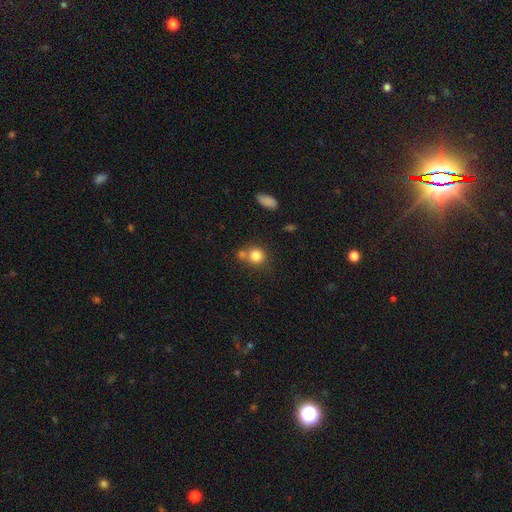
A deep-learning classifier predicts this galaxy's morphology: Smooth or featured?
  - smooth: 81% *
  - star or artifact: 11%
  - featured or disk: 8%
How rounded?
  - round: 83% *
  - in between: 16%
  - cigar-shaped: 1%
Merging?
  - none: 55% *
  - merger: 29%
  - minor disturbance: 12%
  - major disturbance: 4%